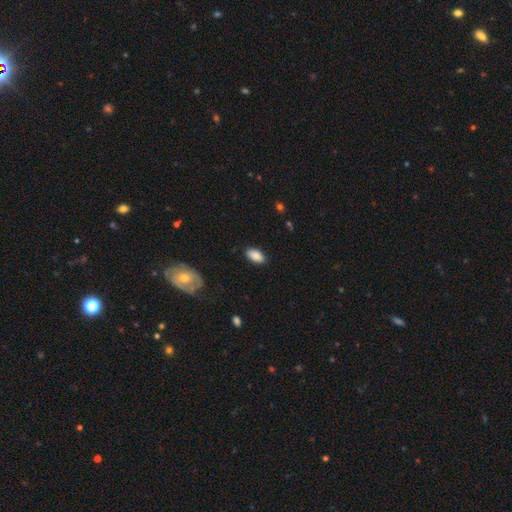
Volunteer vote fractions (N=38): Morphology: type=smooth (89%); roundness=in between (91%); merging=none (86%).